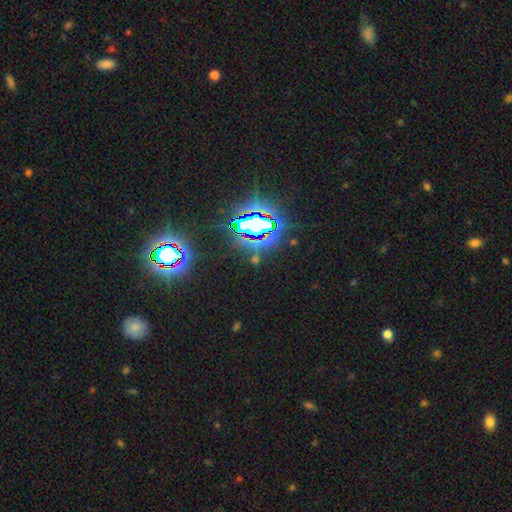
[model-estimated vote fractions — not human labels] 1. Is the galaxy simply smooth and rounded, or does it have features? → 77% star or artifact, 14% smooth, 9% featured or disk.